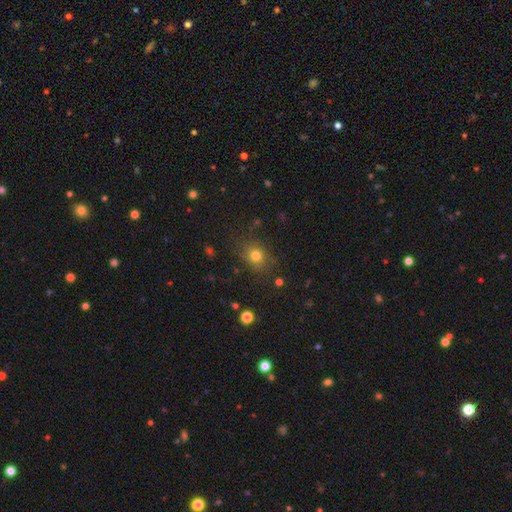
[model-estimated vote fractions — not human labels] Morphology: type=smooth (77%); roundness=round (68%); merging=none (81%).